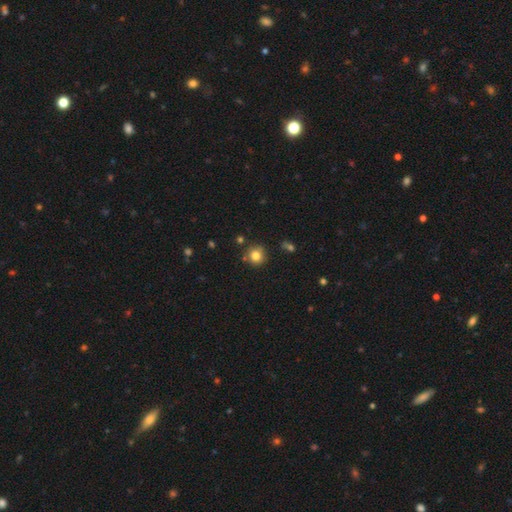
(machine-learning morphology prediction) Overall: smooth (81%). How rounded: round (92%). Merging: none (82%).